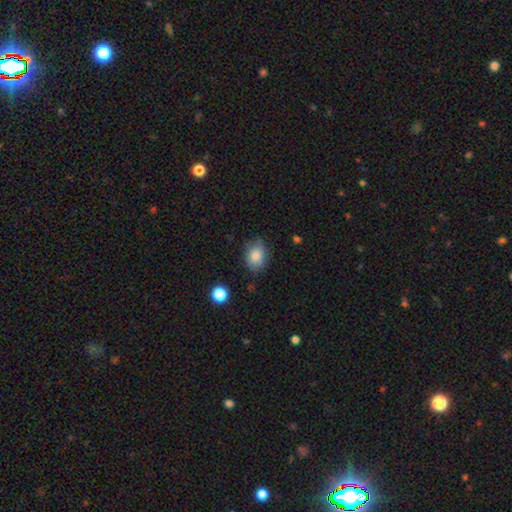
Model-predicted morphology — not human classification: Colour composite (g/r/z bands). It shows a smooth galaxy with no disk features (79%) that is in between round and cigar-shaped (69%). Merging: none (69%).